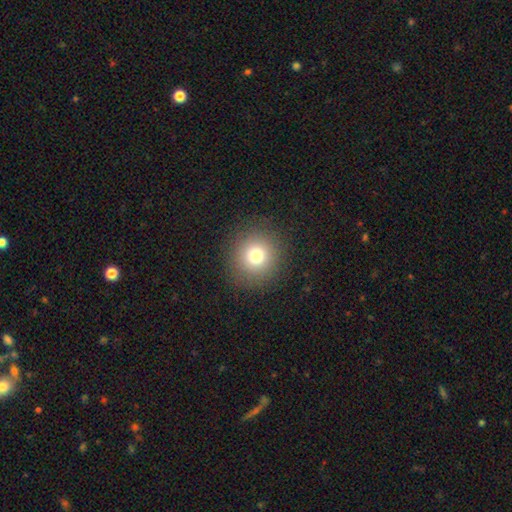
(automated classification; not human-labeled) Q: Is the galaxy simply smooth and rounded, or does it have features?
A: smooth — 76%.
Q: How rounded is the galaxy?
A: round — 93%.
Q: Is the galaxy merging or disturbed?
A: none — 90%.